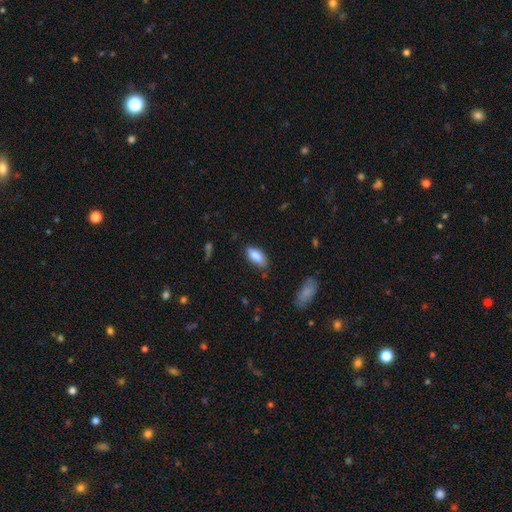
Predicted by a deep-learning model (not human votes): Smooth or featured? Predicted: smooth (p=0.83). How rounded? Predicted: in between (p=0.87). Merging? Predicted: none (p=0.74).